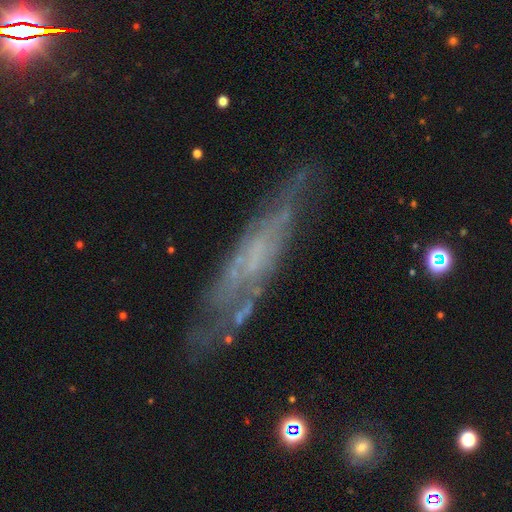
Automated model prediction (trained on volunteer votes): A featured or disk galaxy (69%) viewed edge-on (52%).

Vote fractions:
- Smooth or featured? featured or disk: 69% / smooth: 21% / star or artifact: 11%
- Edge-on disk? yes: 52% / no: 48%
- Merging? none: 63% / minor disturbance: 22% / major disturbance: 12% / merger: 3%